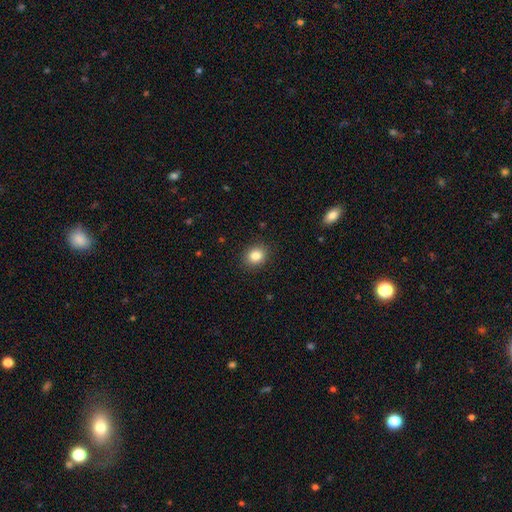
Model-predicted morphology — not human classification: type=smooth (84%); roundness=round (66%); merging=none (90%).